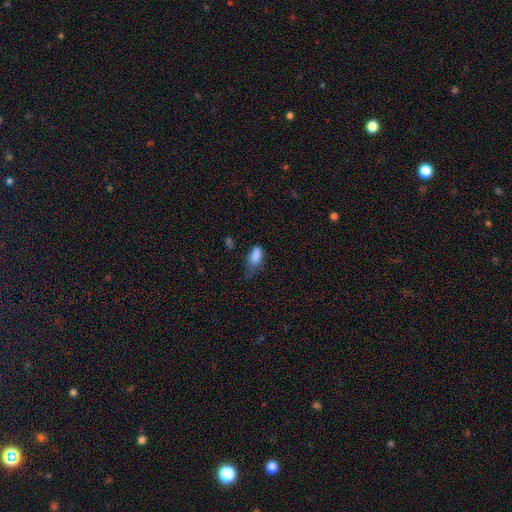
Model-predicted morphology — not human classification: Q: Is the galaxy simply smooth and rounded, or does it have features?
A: smooth — 81%.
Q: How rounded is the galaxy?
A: in between — 89%.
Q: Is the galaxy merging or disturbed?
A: minor disturbance — 39%.